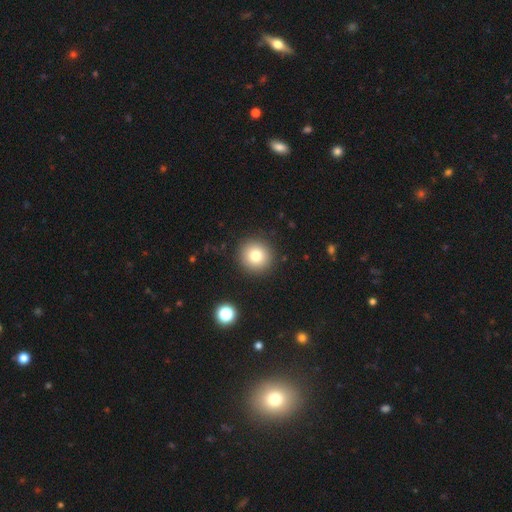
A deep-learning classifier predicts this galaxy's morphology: smooth_or_featured: smooth (p=0.78) [alt: star or artifact p=0.12]
how_rounded: round (p=0.94) [alt: in between p=0.05]
merging: none (p=0.90) [alt: minor disturbance p=0.06]